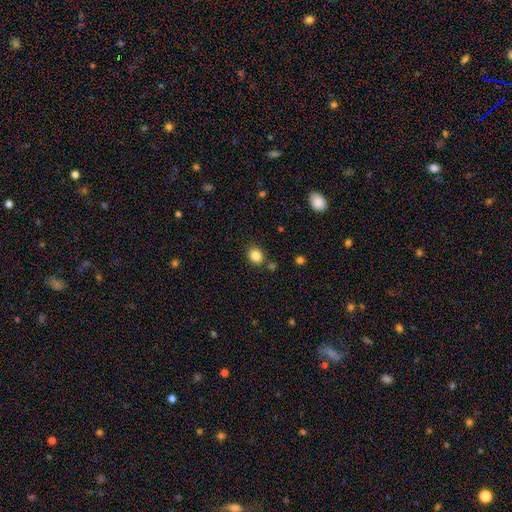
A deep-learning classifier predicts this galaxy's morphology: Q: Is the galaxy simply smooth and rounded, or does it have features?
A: smooth — 85%.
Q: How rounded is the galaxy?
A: round — 52%.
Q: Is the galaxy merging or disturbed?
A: none — 82%.